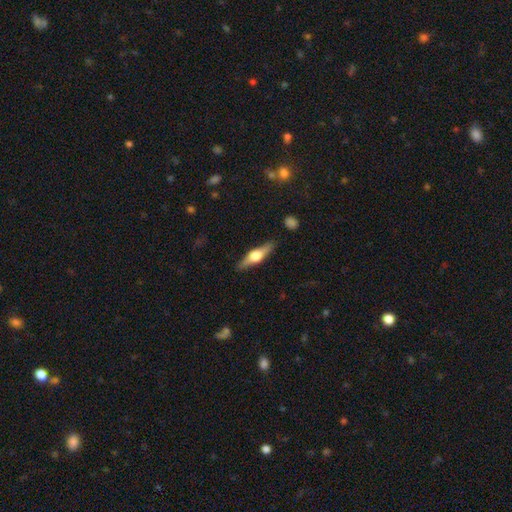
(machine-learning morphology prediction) Q: Smooth or featured?
A: featured or disk (68%); runner-up: smooth (27%)
Q: Edge-on disk?
A: yes (96%); runner-up: no (4%)
Q: Edge-on bulge?
A: rounded (94%); runner-up: boxy (5%)
Q: Merging?
A: none (88%); runner-up: minor disturbance (9%)